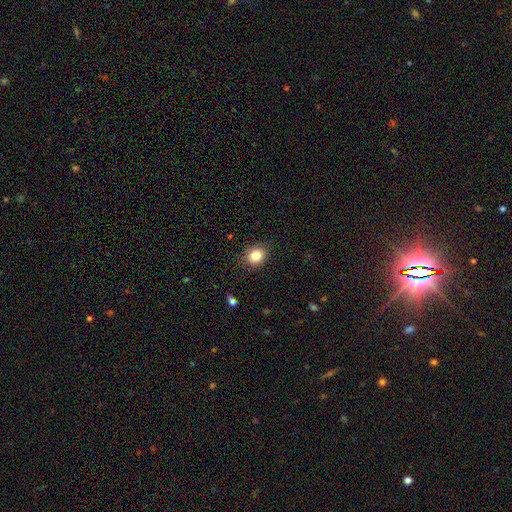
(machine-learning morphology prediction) The model was most divided on "how rounded": round: 59%, in between: 40%, cigar-shaped: 1%. More confident: merging — none (85%); smooth or featured — smooth (83%).